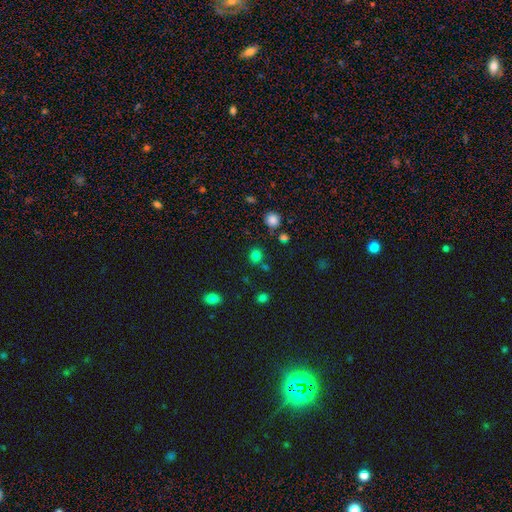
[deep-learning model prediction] Smooth or featured? Predicted: smooth (p=0.79). How rounded? Predicted: round (p=0.73). Merging? Predicted: none (p=0.76).